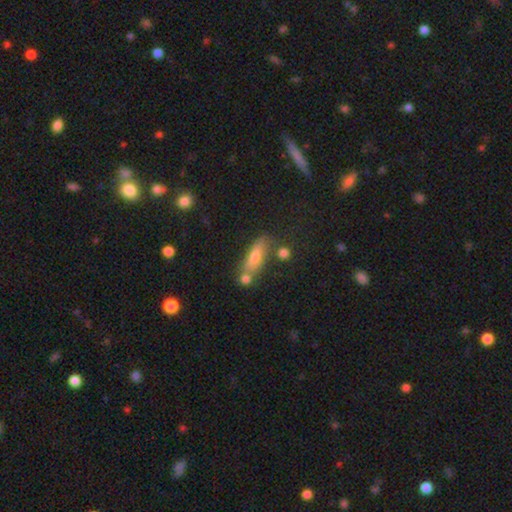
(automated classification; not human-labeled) A smooth galaxy with no disk features (59%) that is cigar-shaped (53%).

Vote fractions:
- Smooth or featured? smooth: 59% / featured or disk: 28% / star or artifact: 13%
- How rounded? cigar-shaped: 53% / in between: 43% / round: 4%
- Merging? none: 66% / merger: 15% / minor disturbance: 14% / major disturbance: 5%